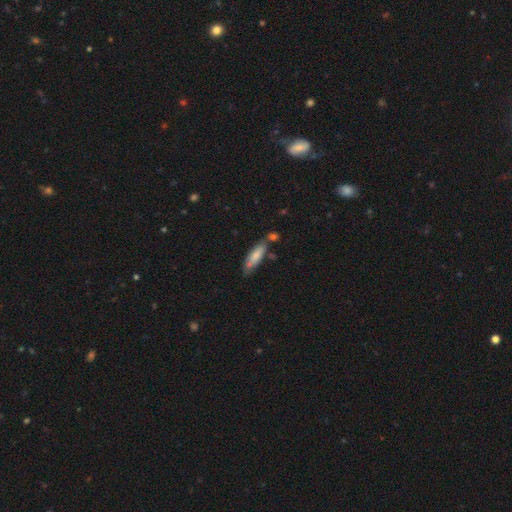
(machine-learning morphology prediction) A smooth galaxy with no disk features (72%) that is cigar-shaped (58%).

Vote fractions:
- Smooth or featured? smooth: 72% / featured or disk: 22% / star or artifact: 6%
- How rounded? cigar-shaped: 58% / in between: 41% / round: 2%
- Merging? none: 59% / minor disturbance: 20% / merger: 16% / major disturbance: 5%